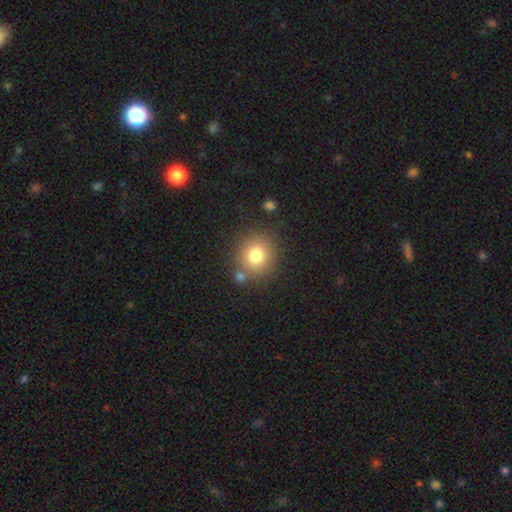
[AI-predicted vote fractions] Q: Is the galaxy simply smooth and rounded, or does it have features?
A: smooth — 79%.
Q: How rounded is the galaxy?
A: round — 87%.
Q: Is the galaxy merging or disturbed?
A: none — 79%.